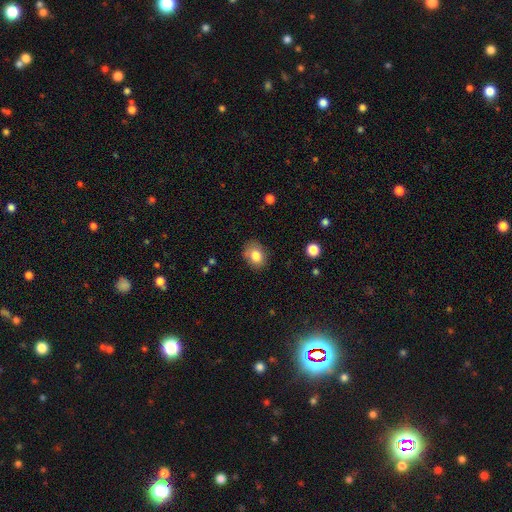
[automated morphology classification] Q: Smooth or featured?
A: smooth (81%); runner-up: featured or disk (10%)
Q: How rounded?
A: in between (55%); runner-up: round (44%)
Q: Merging?
A: none (76%); runner-up: minor disturbance (18%)